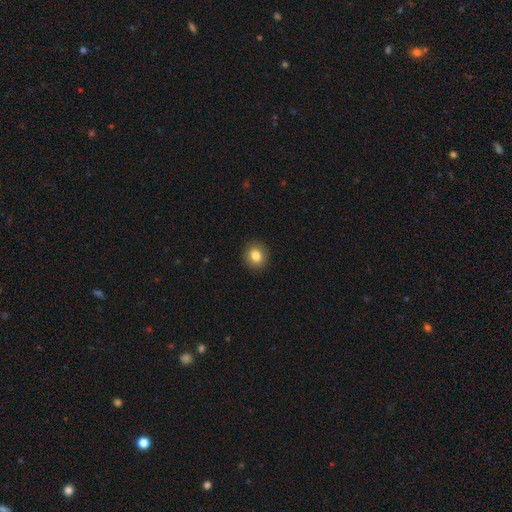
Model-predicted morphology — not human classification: A smooth galaxy with no disk features (83%) that is round (84%).

Vote fractions:
- Smooth or featured? smooth: 83% / star or artifact: 10% / featured or disk: 8%
- How rounded? round: 84% / in between: 15% / cigar-shaped: 1%
- Merging? none: 92% / minor disturbance: 6% / major disturbance: 2% / merger: 1%